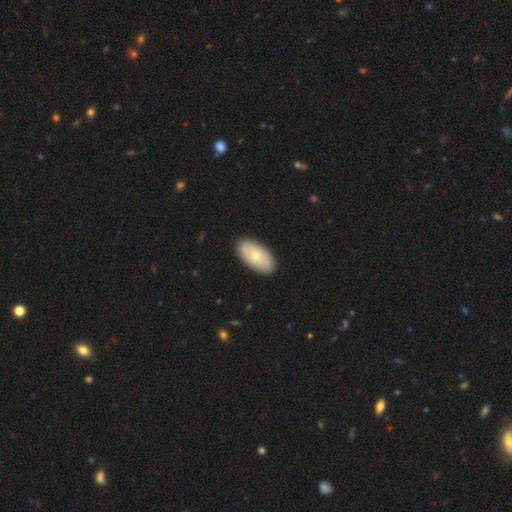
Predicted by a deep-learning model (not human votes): A smooth galaxy with no disk features (63%) that is in between round and cigar-shaped (94%).

Vote fractions:
- Smooth or featured? smooth: 63% / featured or disk: 32% / star or artifact: 5%
- How rounded? in between: 94% / round: 4% / cigar-shaped: 2%
- Merging? none: 89% / minor disturbance: 8% / major disturbance: 2% / merger: 1%